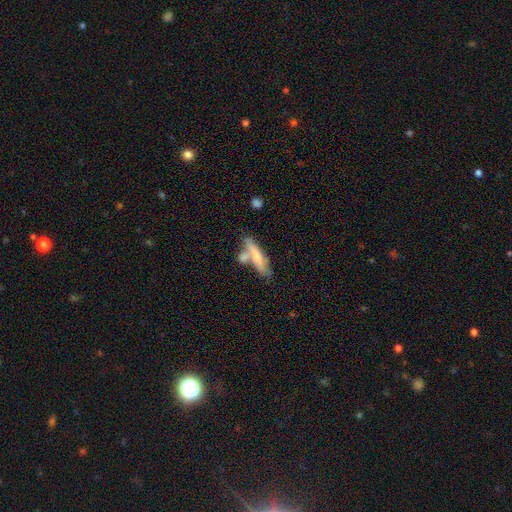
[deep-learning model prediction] smooth_or_featured: smooth (p=0.62) [alt: featured or disk p=0.32]
how_rounded: cigar-shaped (p=0.76) [alt: in between p=0.21]
merging: none (p=0.50) [alt: merger p=0.30]